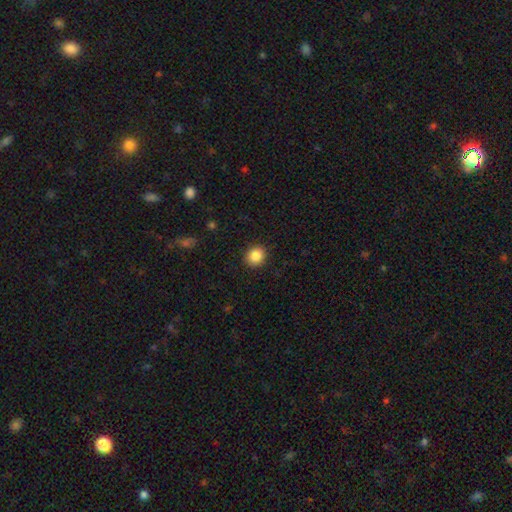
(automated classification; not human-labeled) This is clearly a smooth galaxy (87%). How rounded: likely round (80%). Merging: clearly none (91%).